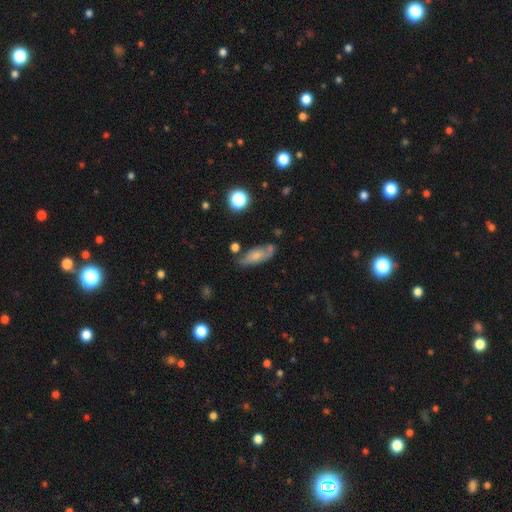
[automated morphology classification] Smooth or featured? smooth (60%)
How rounded? in between (72%)
Merging? none (54%)